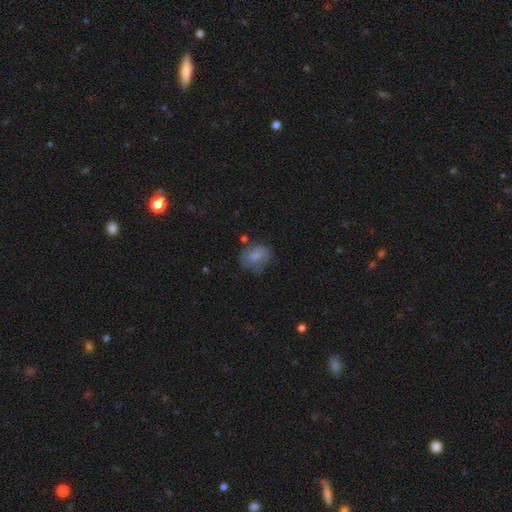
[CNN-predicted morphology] smooth 72%, featured or disk 19%, star or artifact 10%. Down the decision tree: how rounded — in between (65%); merging — none (52%).